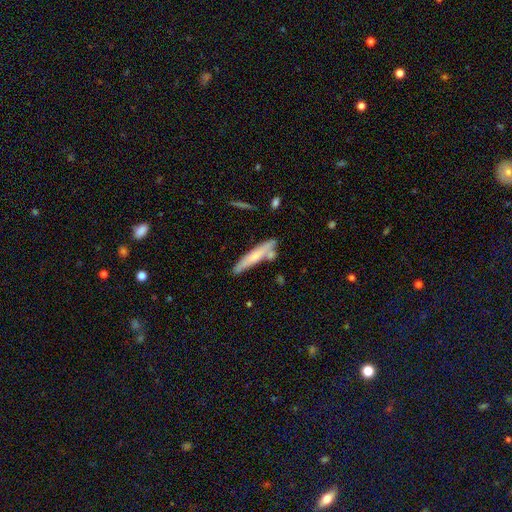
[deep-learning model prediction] Q: Smooth or featured?
A: smooth (59%); runner-up: featured or disk (35%)
Q: How rounded?
A: cigar-shaped (87%); runner-up: in between (11%)
Q: Merging?
A: none (67%); runner-up: minor disturbance (18%)